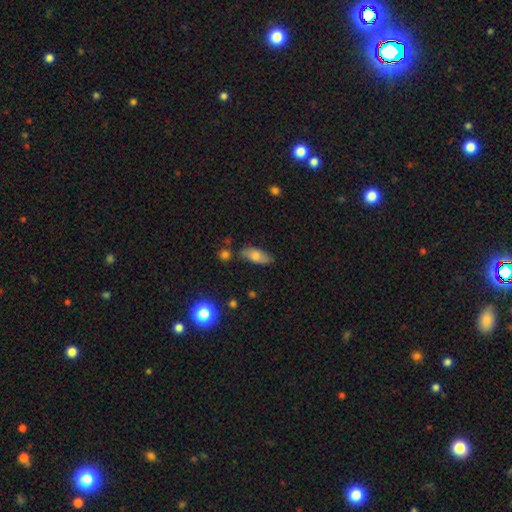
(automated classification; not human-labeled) Smooth or featured?
  - smooth: 73% *
  - featured or disk: 19%
  - star or artifact: 8%
How rounded?
  - in between: 83% *
  - cigar-shaped: 14%
  - round: 3%
Merging?
  - none: 73% *
  - minor disturbance: 19%
  - merger: 5%
  - major disturbance: 4%